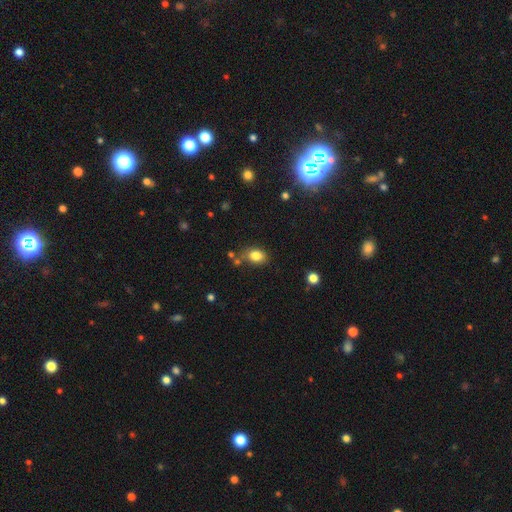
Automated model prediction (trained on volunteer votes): Overall: smooth (82%). How rounded: in between (78%). Merging: none (71%).